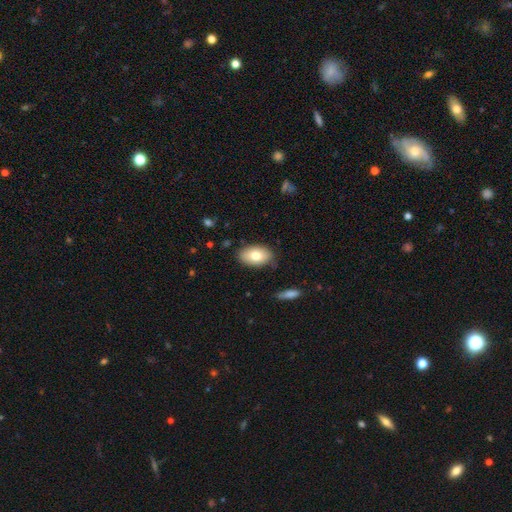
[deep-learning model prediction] This appears to be a smooth galaxy with no disk features (77%) that is in between round and cigar-shaped (91%). Merging: none (81%).